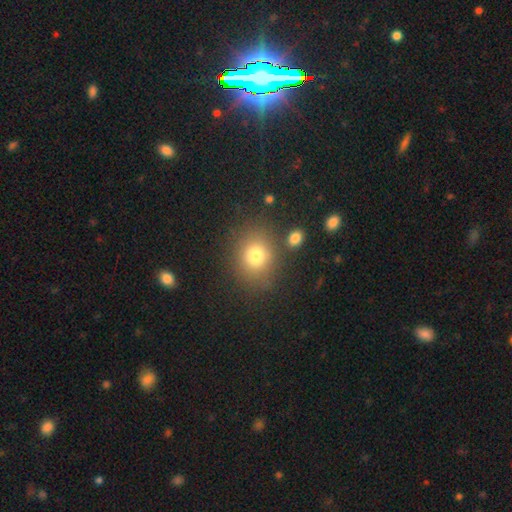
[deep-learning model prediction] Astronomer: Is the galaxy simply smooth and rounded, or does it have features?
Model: smooth — 77%.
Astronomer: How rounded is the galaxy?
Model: round — 65%.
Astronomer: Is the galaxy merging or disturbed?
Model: none — 78%.